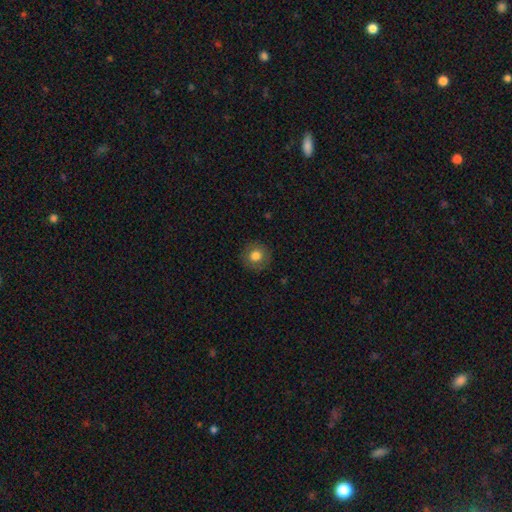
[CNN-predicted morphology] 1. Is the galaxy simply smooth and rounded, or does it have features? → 79% smooth, 12% featured or disk, 10% star or artifact.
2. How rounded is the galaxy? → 93% round, 7% in between, 1% cigar-shaped.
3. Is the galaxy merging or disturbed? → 89% none, 8% minor disturbance, 2% major disturbance, 1% merger.